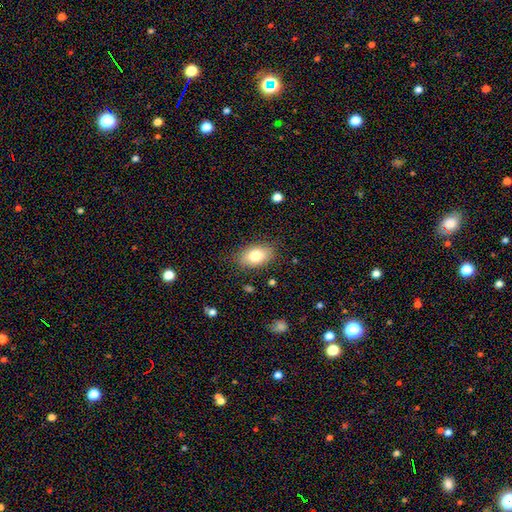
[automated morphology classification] Q: Smooth or featured?
A: smooth (80%); runner-up: featured or disk (13%)
Q: How rounded?
A: in between (89%); runner-up: round (9%)
Q: Merging?
A: none (83%); runner-up: minor disturbance (13%)